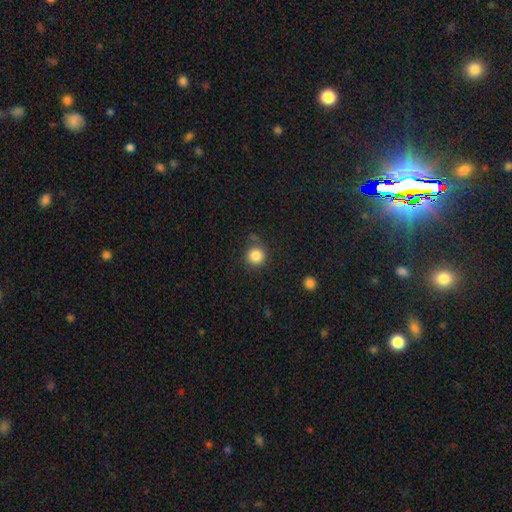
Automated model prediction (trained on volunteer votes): This is clearly a smooth galaxy (85%). How rounded: clearly round (93%). Merging: clearly none (83%).